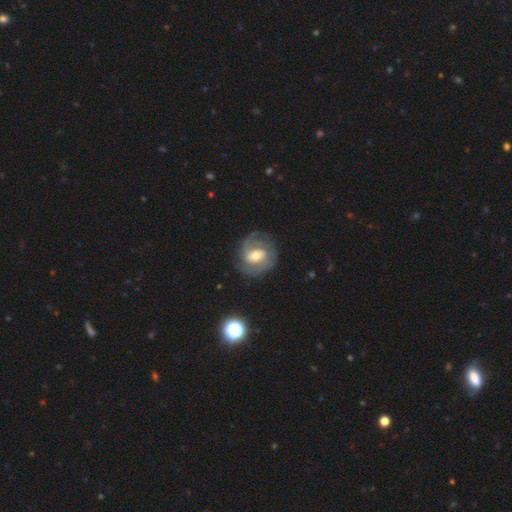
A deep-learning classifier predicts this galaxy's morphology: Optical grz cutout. It shows a featured or disk galaxy (81%) with a weak bar (50%), 2 (57%) tight (53%) spiral arms (93%) and a moderate central bulge (64%). Merging: none (77%).